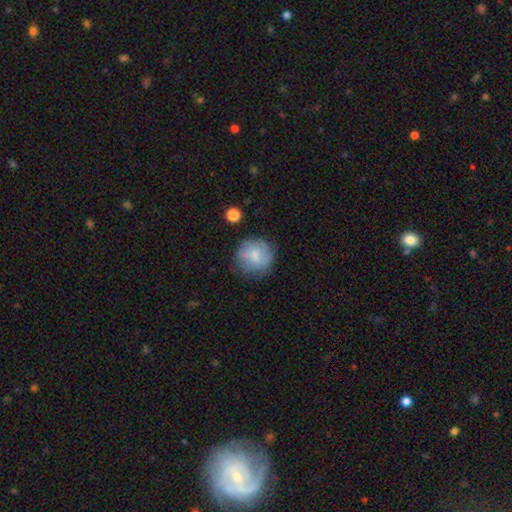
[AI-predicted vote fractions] This is likely a smooth galaxy (67%). How rounded: clearly round (89%). Merging: likely none (70%).